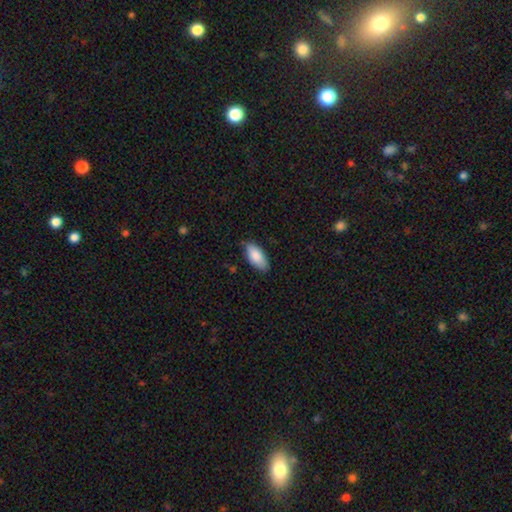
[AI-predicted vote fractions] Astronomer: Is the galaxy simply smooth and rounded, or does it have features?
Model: smooth — 87%.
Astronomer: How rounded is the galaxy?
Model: in between — 92%.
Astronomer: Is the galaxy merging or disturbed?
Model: none — 80%.